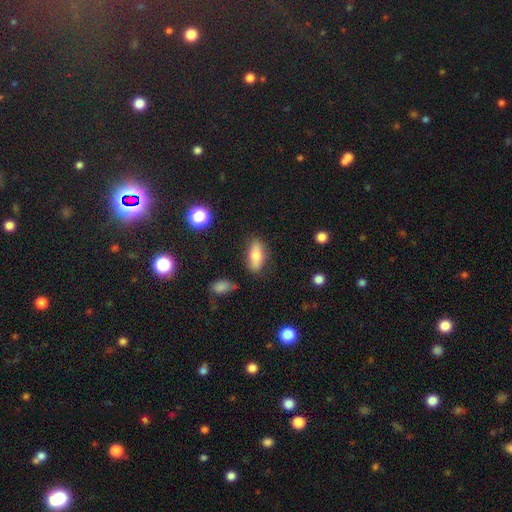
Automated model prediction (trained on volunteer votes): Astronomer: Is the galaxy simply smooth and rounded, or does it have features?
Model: smooth — 70%.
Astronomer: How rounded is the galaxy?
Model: in between — 73%.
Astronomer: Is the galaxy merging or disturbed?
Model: none — 81%.